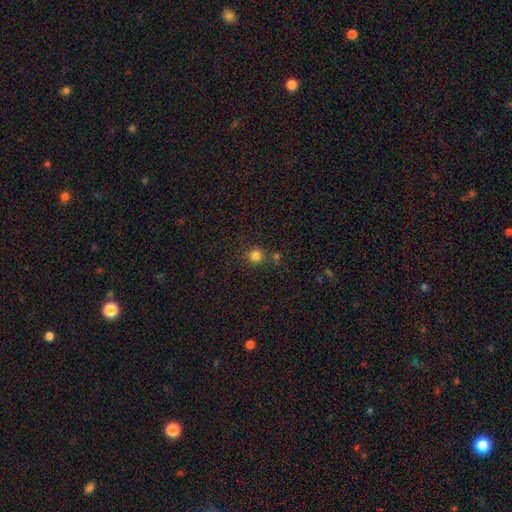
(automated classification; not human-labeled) smooth 79%, star or artifact 15%, featured or disk 5%. Down the decision tree: how rounded — round (93%); merging — none (74%).